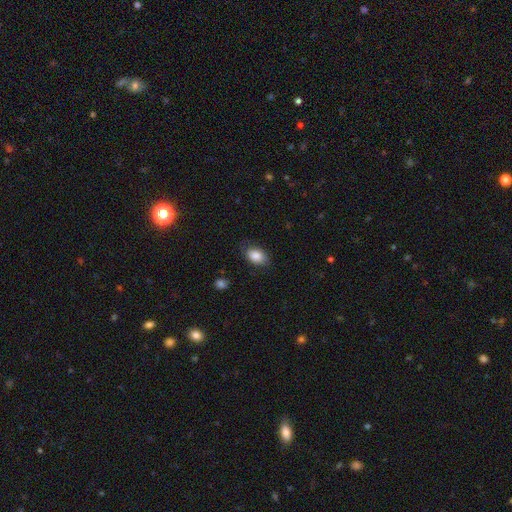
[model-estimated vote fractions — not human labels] smooth_or_featured: smooth (p=0.85) [alt: featured or disk p=0.08]
how_rounded: in between (p=0.88) [alt: round p=0.11]
merging: none (p=0.76) [alt: minor disturbance p=0.18]